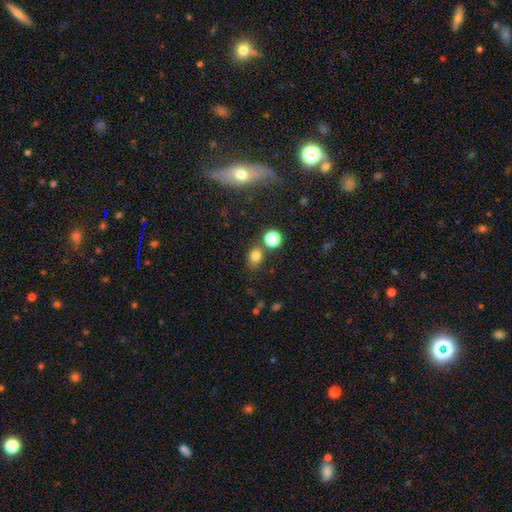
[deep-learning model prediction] Morphology: type=smooth (77%); roundness=round (52%); merging=none (73%).